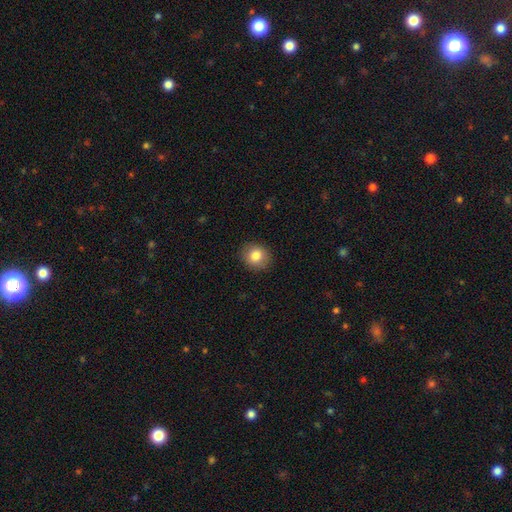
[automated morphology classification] Overall: smooth (82%). How rounded: round (77%). Merging: none (90%).